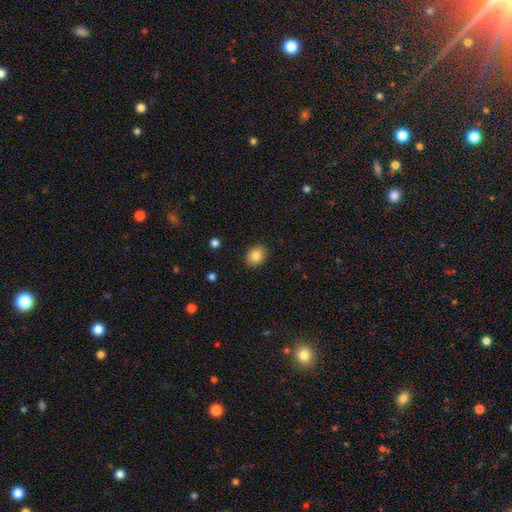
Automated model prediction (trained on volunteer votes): A smooth galaxy with no disk features (85%) that is in between round and cigar-shaped (60%). Merging: none (89%).